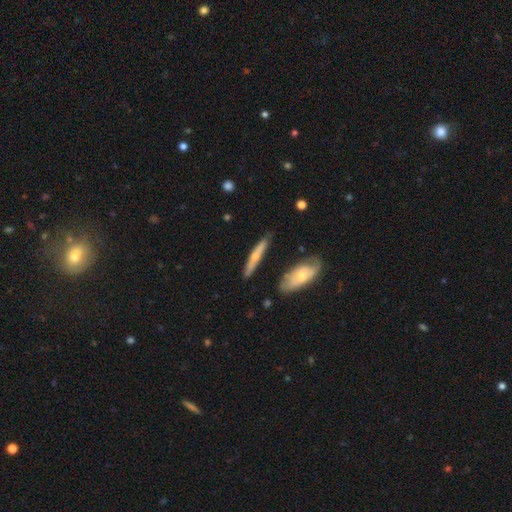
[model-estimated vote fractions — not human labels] Smooth or featured? featured or disk (49%)
Merging? none (81%)